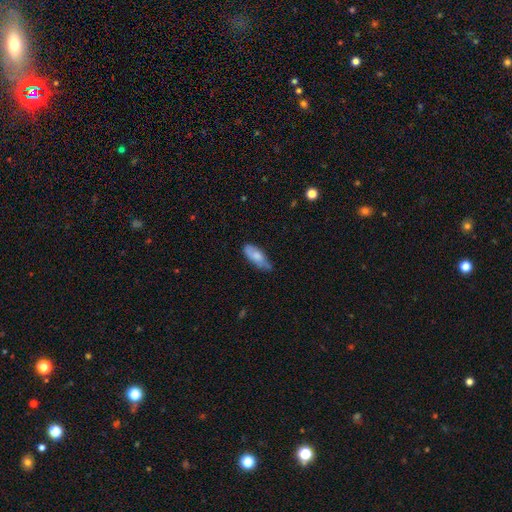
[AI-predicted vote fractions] The model was most divided on "merging": none: 55%, minor disturbance: 36%, major disturbance: 7%, merger: 2%. More confident: how rounded — in between (74%); smooth or featured — smooth (73%).